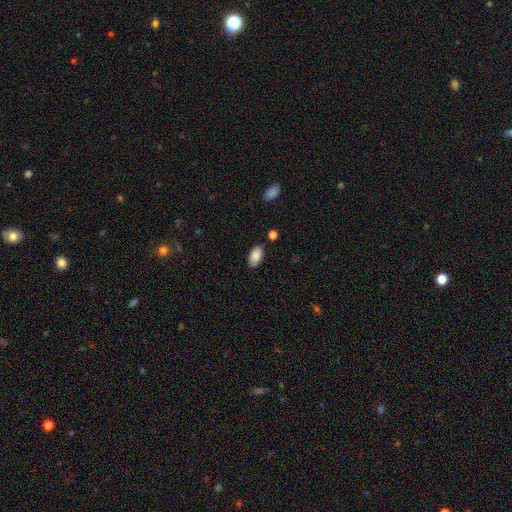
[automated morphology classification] Smooth or featured? smooth (88%)
How rounded? in between (95%)
Merging? none (85%)